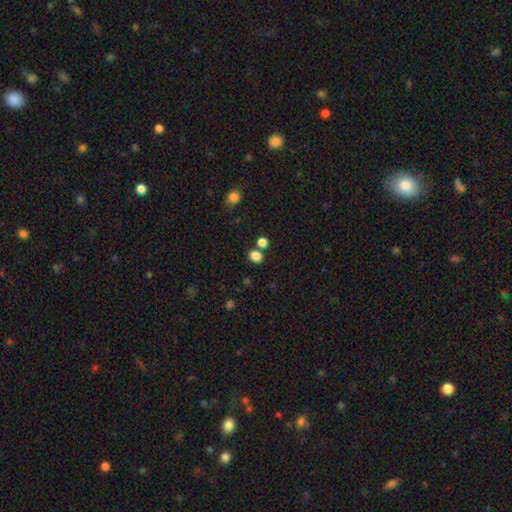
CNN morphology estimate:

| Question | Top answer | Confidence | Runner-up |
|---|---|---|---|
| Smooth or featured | smooth | 83% | star or artifact (13%) |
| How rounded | round | 67% | in between (32%) |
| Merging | none | 73% | merger (16%) |